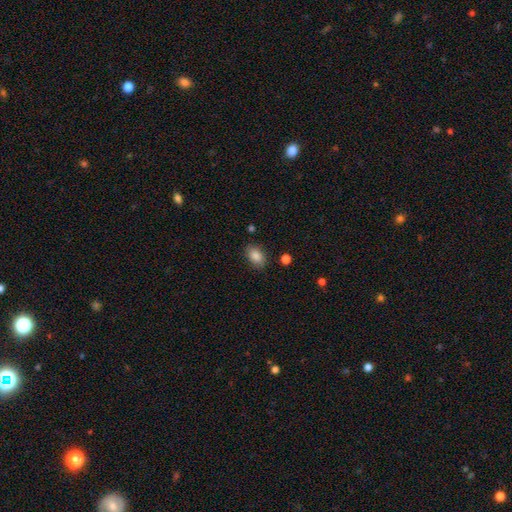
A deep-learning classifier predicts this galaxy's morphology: The model was most divided on "merging": none: 83%, minor disturbance: 12%, major disturbance: 3%, merger: 2%. More confident: smooth or featured — smooth (86%); how rounded — in between (85%).